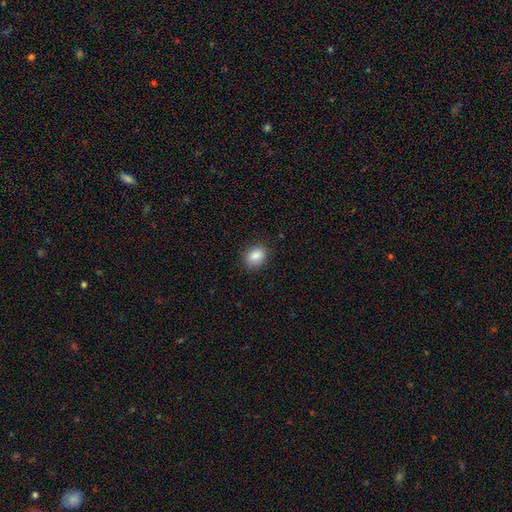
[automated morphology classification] Smooth or featured?
  - smooth: 88% *
  - star or artifact: 8%
  - featured or disk: 4%
How rounded?
  - in between: 66% *
  - round: 33%
  - cigar-shaped: 1%
Merging?
  - none: 86% *
  - minor disturbance: 10%
  - major disturbance: 3%
  - merger: 1%